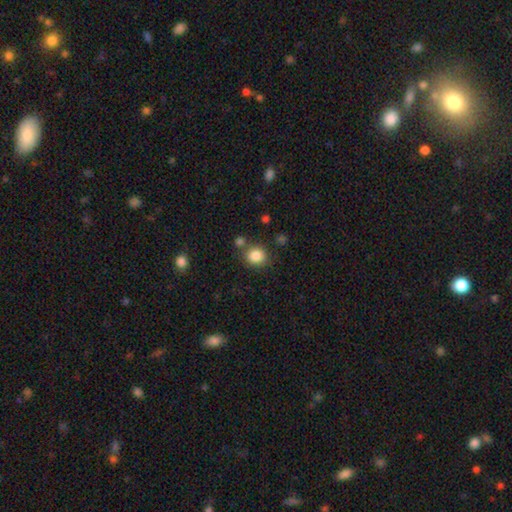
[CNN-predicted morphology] Smooth or featured? smooth (85%)
How rounded? round (78%)
Merging? none (76%)